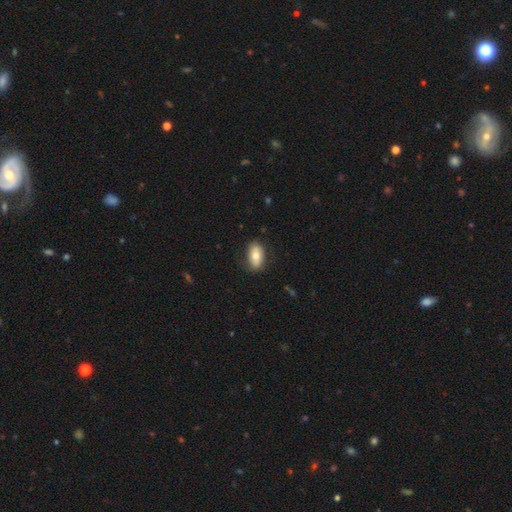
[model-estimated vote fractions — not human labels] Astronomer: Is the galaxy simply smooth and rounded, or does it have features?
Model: smooth — 74%.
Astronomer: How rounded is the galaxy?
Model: in between — 90%.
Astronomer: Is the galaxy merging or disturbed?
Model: none — 80%.